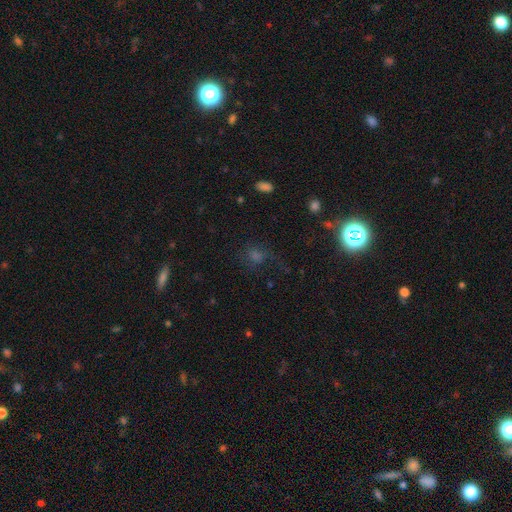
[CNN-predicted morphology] smooth_or_featured: star or artifact (p=0.45) [alt: smooth p=0.40]